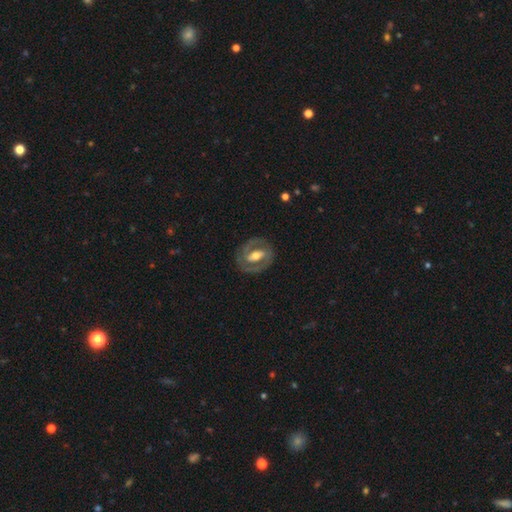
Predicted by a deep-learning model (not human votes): Smooth or featured?
  - featured or disk: 77% *
  - smooth: 18%
  - star or artifact: 5%
Edge-on disk?
  - no: 95% *
  - yes: 5%
Bar?
  - strong: 46% *
  - weak: 33%
  - no: 21%
Spiral arms?
  - yes: 70% *
  - no: 30%
Spiral winding?
  - tight: 50% *
  - medium: 39%
  - loose: 11%
Spiral arm count?
  - 2: 83% *
  - can't tell: 9%
  - 1: 5%
  - 3: 1%
  - 4: 1%
  - more than 4: 1%
Bulge size?
  - moderate: 67% *
  - small: 19%
  - large: 12%
  - none: 1%
  - dominant: 1%
Merging?
  - none: 82% *
  - minor disturbance: 11%
  - major disturbance: 6%
  - merger: 1%